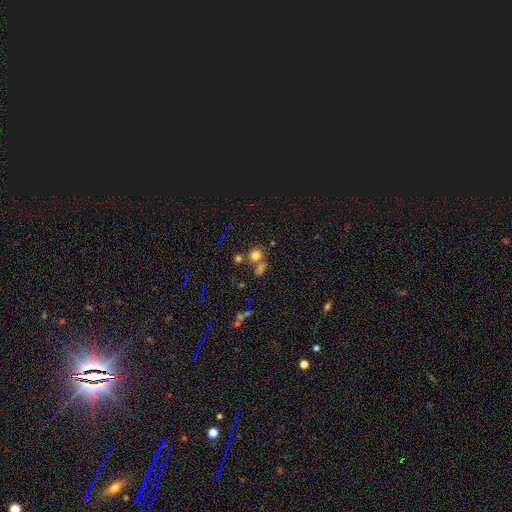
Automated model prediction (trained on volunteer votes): smooth-or-featured: smooth: 73% | star or artifact: 19% | featured or disk: 8%
  how-rounded: round: 80% | in between: 18% | cigar-shaped: 2%
  merging: none: 60% | merger: 25% | minor disturbance: 10% | major disturbance: 5%